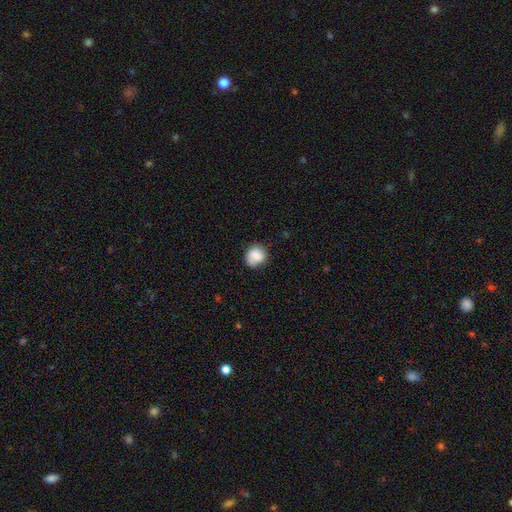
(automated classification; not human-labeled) The model was most divided on "merging": none: 70%, minor disturbance: 22%, major disturbance: 6%, merger: 2%. More confident: how rounded — round (79%); smooth or featured — smooth (73%).